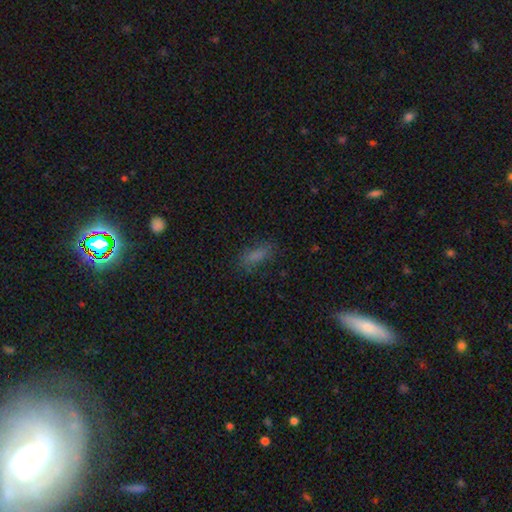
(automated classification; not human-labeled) A smooth galaxy with no disk features (76%) that is in between round and cigar-shaped (68%). Merging: none (73%).